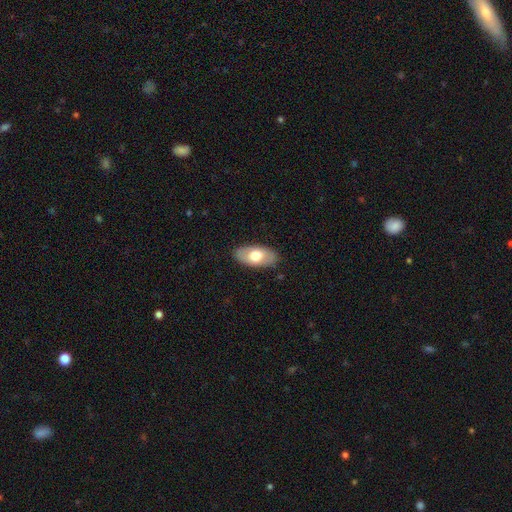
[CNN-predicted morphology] A smooth galaxy with no disk features (63%) that is in between round and cigar-shaped (94%).

Vote fractions:
- Smooth or featured? smooth: 63% / featured or disk: 32% / star or artifact: 5%
- How rounded? in between: 94% / round: 4% / cigar-shaped: 3%
- Merging? none: 86% / minor disturbance: 11% / major disturbance: 2% / merger: 1%